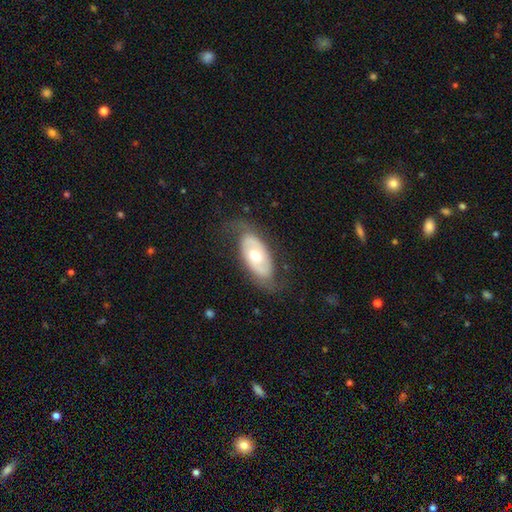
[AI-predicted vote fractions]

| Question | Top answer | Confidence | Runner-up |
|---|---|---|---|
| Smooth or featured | featured or disk | 61% | smooth (33%) |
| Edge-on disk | no | 89% | yes (11%) |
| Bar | no | 79% | weak (15%) |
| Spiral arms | no | 52% | yes (48%) |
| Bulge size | moderate | 74% | small (15%) |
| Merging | none | 71% | minor disturbance (18%) |